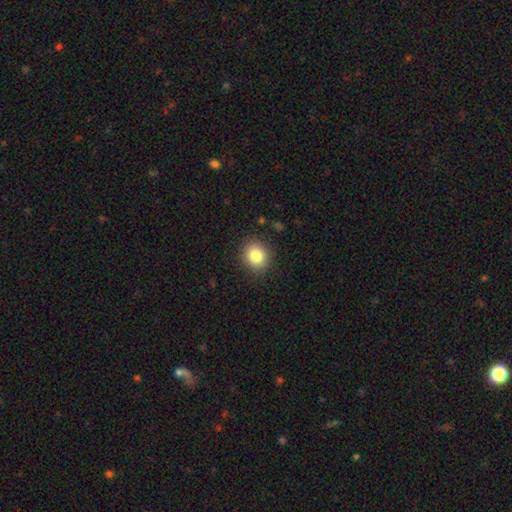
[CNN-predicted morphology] smooth_or_featured: smooth (p=0.83) [alt: star or artifact p=0.10]
how_rounded: round (p=0.78) [alt: in between p=0.21]
merging: none (p=0.88) [alt: minor disturbance p=0.08]